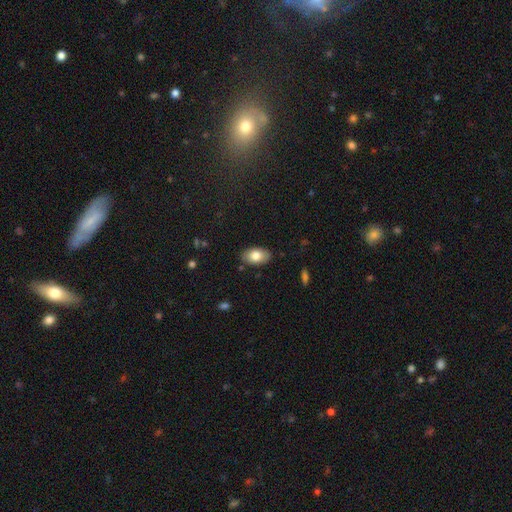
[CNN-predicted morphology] smooth 79%, featured or disk 14%, star or artifact 7%. Down the decision tree: how rounded — in between (94%); merging — none (86%).